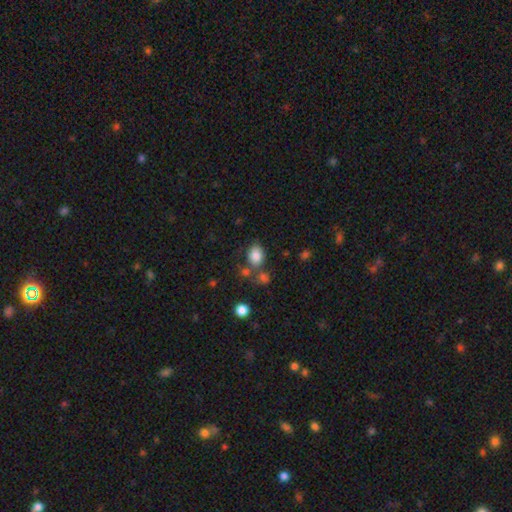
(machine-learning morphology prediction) Smooth or featured? smooth (83%)
How rounded? in between (65%)
Merging? none (59%)